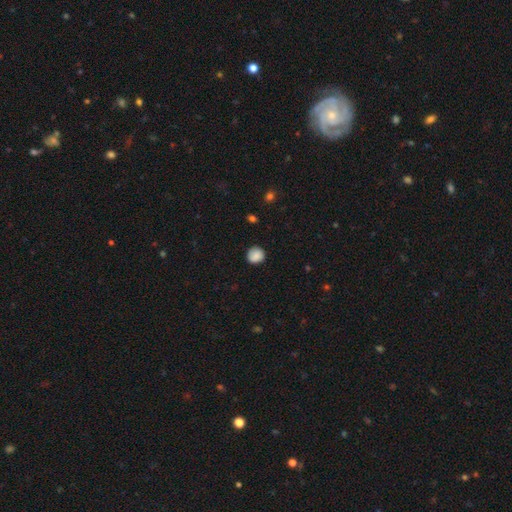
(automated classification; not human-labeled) This is clearly a smooth galaxy (87%). How rounded: clearly round (88%). Merging: clearly none (84%).